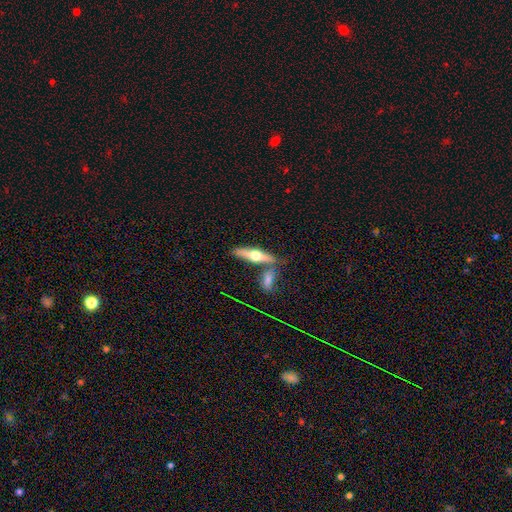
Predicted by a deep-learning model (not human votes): A featured or disk galaxy (55%) viewed edge-on (90%). Merging: none (63%).